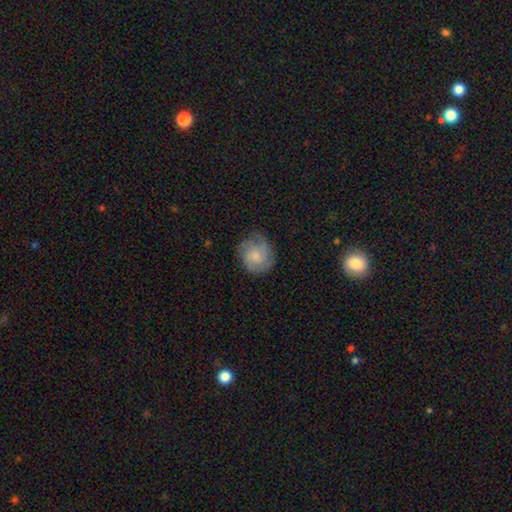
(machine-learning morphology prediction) Q: Smooth or featured?
A: featured or disk (55%); runner-up: smooth (38%)
Q: Edge-on disk?
A: no (98%); runner-up: yes (2%)
Q: Bar?
A: no (74%); runner-up: weak (24%)
Q: Spiral arms?
A: yes (90%); runner-up: no (10%)
Q: Bulge size?
A: small (46%); runner-up: moderate (36%)
Q: Merging?
A: none (72%); runner-up: minor disturbance (20%)